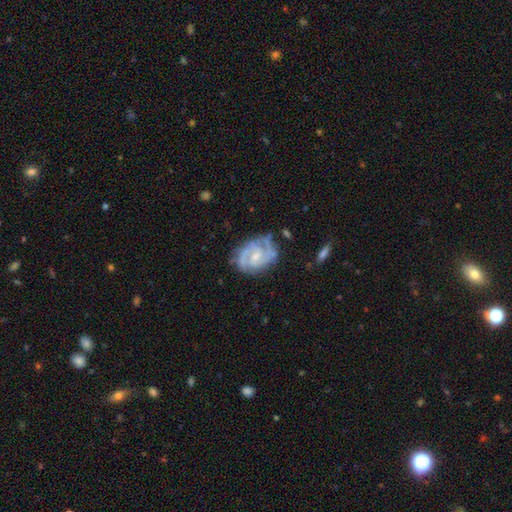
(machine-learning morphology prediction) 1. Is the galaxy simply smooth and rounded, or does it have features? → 86% featured or disk, 8% smooth, 5% star or artifact.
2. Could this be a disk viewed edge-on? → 98% no, 2% yes.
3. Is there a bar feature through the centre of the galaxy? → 52% weak, 36% no, 12% strong.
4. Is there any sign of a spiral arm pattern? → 96% yes, 4% no.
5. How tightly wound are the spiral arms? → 46% tight, 44% medium, 10% loose.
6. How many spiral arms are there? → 65% 2, 14% 3, 13% can't tell, 3% 1, 3% 4, 2% more than 4.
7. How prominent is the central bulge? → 54% small, 33% moderate, 10% none, 2% large, 1% dominant.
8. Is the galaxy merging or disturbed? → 65% none, 23% minor disturbance, 9% major disturbance, 3% merger.